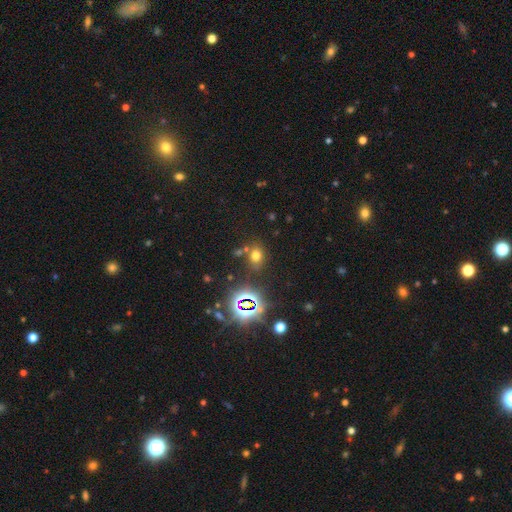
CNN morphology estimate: Q: Smooth or featured?
A: smooth (60%); runner-up: star or artifact (31%)
Q: How rounded?
A: round (50%); runner-up: in between (49%)
Q: Merging?
A: none (72%); runner-up: minor disturbance (13%)